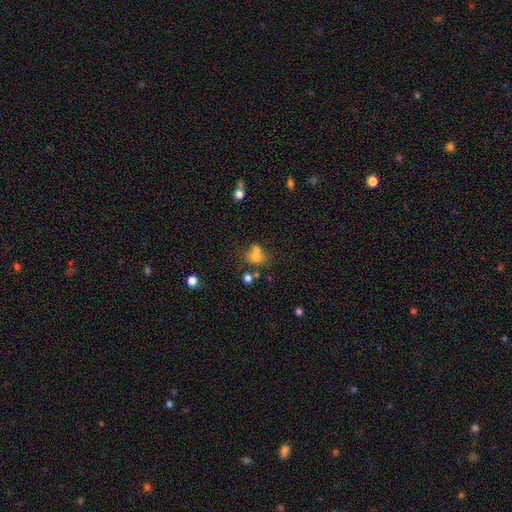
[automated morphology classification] smooth_or_featured: smooth (p=0.67) [alt: featured or disk p=0.17]
how_rounded: round (p=0.62) [alt: in between p=0.36]
merging: merger (p=0.45) [alt: none p=0.39]